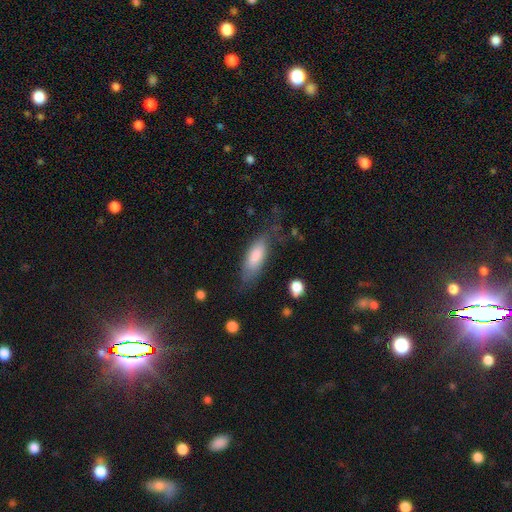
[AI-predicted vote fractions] Morphology: type=smooth (74%); roundness=in between (65%); merging=none (60%).